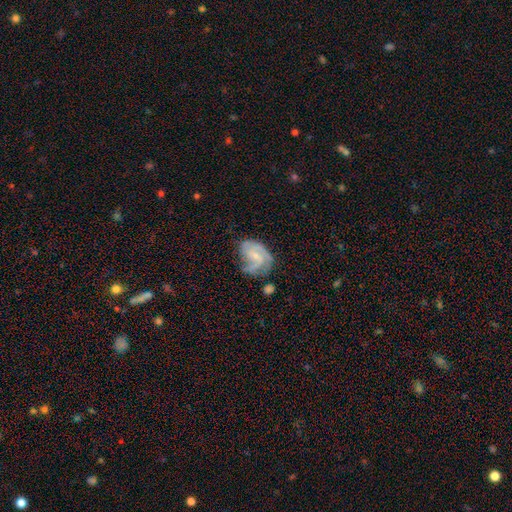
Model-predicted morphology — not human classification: Smooth or featured?
  - featured or disk: 78% *
  - smooth: 16%
  - star or artifact: 7%
Edge-on disk?
  - no: 98% *
  - yes: 2%
Bar?
  - no: 48% *
  - weak: 43%
  - strong: 9%
Spiral arms?
  - yes: 92% *
  - no: 8%
Spiral winding?
  - medium: 46% *
  - tight: 35%
  - loose: 19%
Spiral arm count?
  - 2: 36% *
  - 3: 30%
  - can't tell: 19%
  - 1: 6%
  - 4: 5%
  - more than 4: 4%
Bulge size?
  - small: 69% *
  - moderate: 22%
  - none: 8%
  - large: 1%
  - dominant: 1%
Merging?
  - none: 49% *
  - minor disturbance: 29%
  - major disturbance: 19%
  - merger: 4%